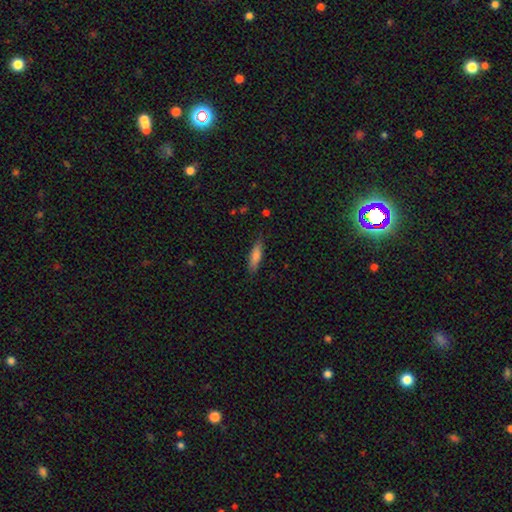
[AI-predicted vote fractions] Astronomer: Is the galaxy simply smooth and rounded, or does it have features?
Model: smooth — 76%.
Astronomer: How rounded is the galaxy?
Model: cigar-shaped — 63%.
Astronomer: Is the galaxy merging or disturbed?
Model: none — 84%.